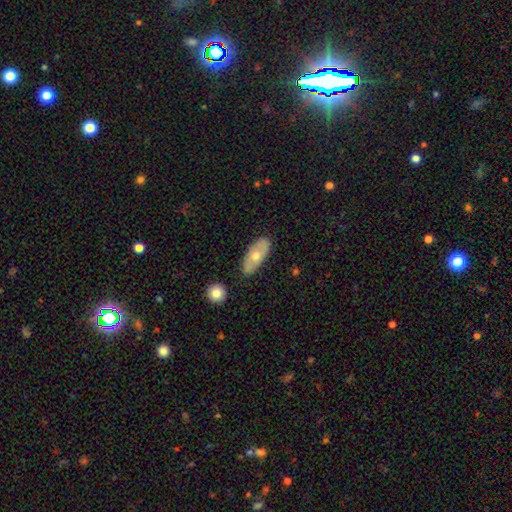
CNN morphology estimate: This is possibly a smooth galaxy (55%). How rounded: clearly in between (81%). Merging: clearly none (82%).